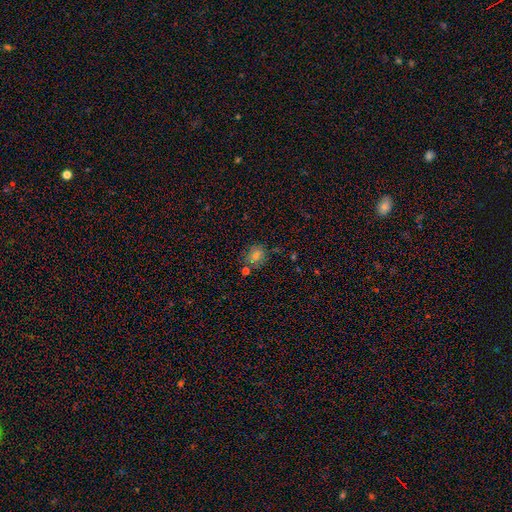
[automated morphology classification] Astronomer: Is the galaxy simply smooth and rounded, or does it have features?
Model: smooth — 70%.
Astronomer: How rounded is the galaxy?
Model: round — 71%.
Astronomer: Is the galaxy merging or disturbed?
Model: none — 75%.